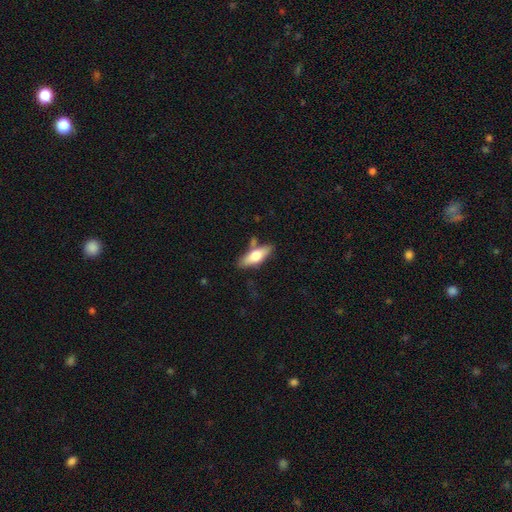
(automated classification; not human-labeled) Smooth or featured? smooth (61%)
How rounded? in between (56%)
Merging? none (72%)